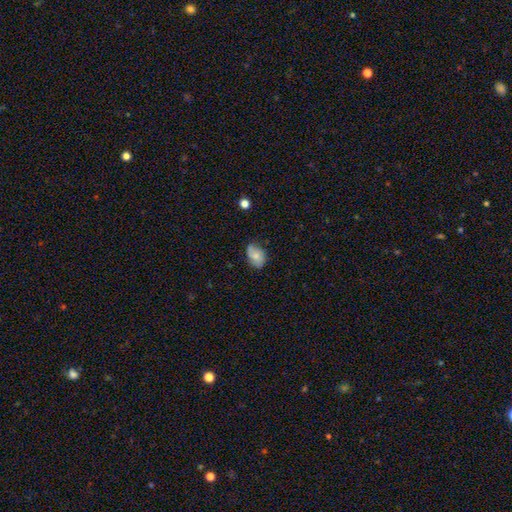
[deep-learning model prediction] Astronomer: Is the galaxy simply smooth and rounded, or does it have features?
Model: smooth — 62%.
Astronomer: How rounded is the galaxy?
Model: in between — 80%.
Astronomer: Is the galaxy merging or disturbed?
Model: none — 63%.